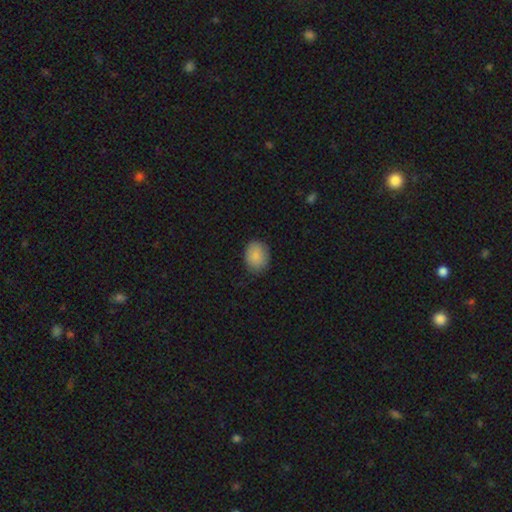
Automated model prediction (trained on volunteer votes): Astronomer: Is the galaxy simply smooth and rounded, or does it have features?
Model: smooth — 87%.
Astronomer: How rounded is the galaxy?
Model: in between — 52% (runner-up: round, 47%).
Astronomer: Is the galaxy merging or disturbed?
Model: none — 81%.